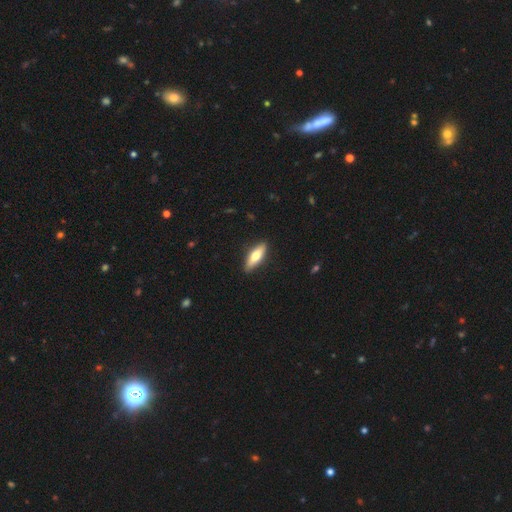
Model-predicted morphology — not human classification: This appears to be a smooth galaxy with no disk features (65%) that is in between round and cigar-shaped (51%). Merging: none (88%).